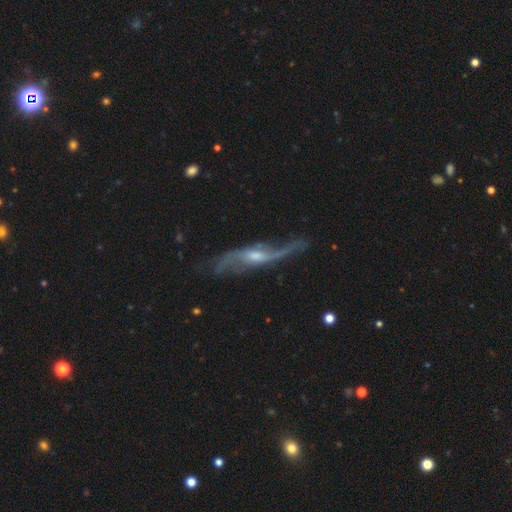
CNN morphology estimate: The model was most divided on "bulge size": moderate: 48%, small: 39%, none: 7%, large: 5%, dominant: 1%. Remaining: spiral arms — yes (94%); spiral arm count — 2 (88%); smooth or featured — featured or disk (86%); spiral winding — loose (85%); edge-on disk — no (76%); merging — none (62%); bar — weak (48%).